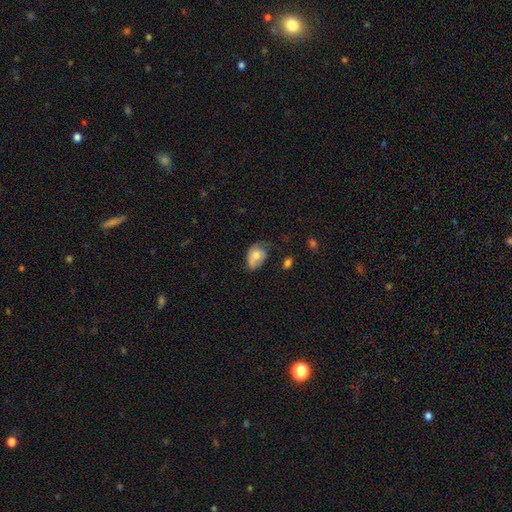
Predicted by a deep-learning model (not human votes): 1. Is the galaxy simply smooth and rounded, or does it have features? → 64% smooth, 29% featured or disk, 8% star or artifact.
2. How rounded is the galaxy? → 76% in between, 23% round, 1% cigar-shaped.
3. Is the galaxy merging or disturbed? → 39% minor disturbance, 34% none, 22% major disturbance, 5% merger.